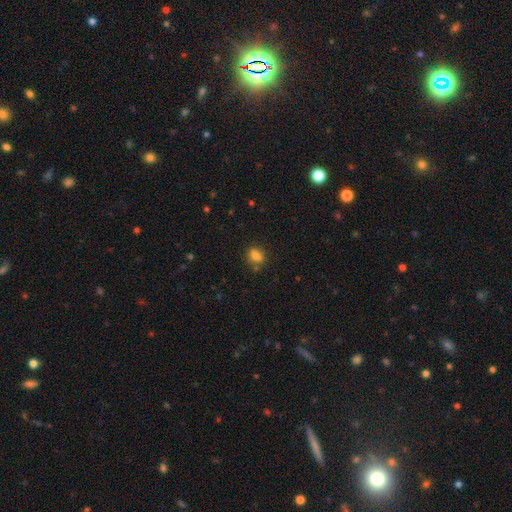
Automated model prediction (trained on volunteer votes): Q: Smooth or featured?
A: smooth (80%); runner-up: star or artifact (11%)
Q: How rounded?
A: in between (59%); runner-up: round (38%)
Q: Merging?
A: none (74%); runner-up: minor disturbance (15%)